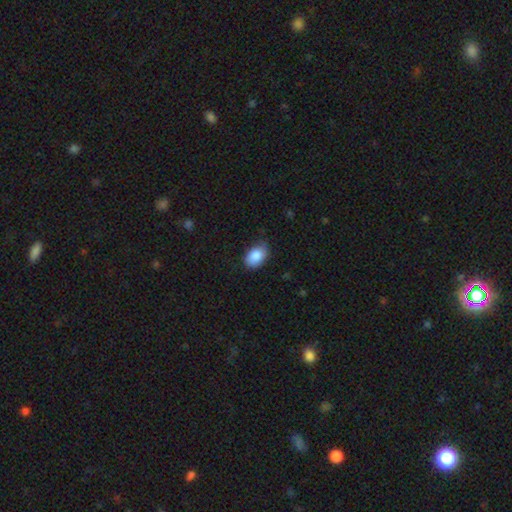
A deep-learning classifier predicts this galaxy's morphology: smooth_or_featured: smooth (p=0.85) [alt: star or artifact p=0.07]
how_rounded: in between (p=0.83) [alt: round p=0.16]
merging: none (p=0.67) [alt: minor disturbance p=0.27]